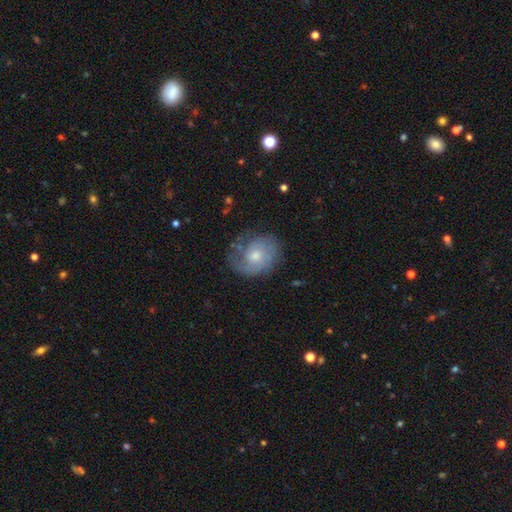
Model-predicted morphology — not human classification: Smooth or featured? featured or disk (64%)
Edge-on disk? no (97%)
Bar? no (77%)
Spiral arms? yes (86%)
Spiral winding? tight (54%)
Spiral arm count? 2 (39%)
Bulge size? moderate (55%)
Merging? none (67%)